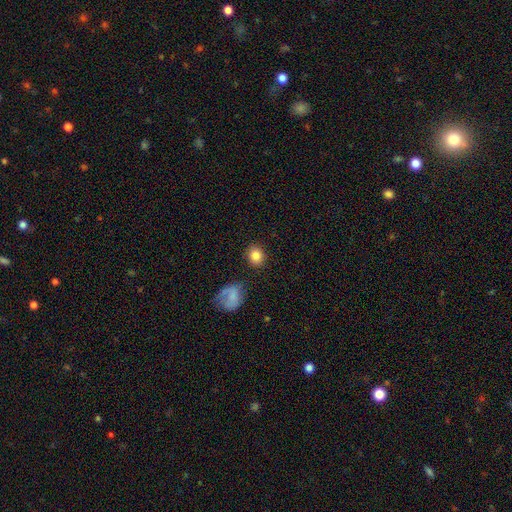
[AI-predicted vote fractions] The model was most divided on "how rounded": round: 72%, in between: 26%, cigar-shaped: 1%. More confident: smooth or featured — smooth (83%); merging — none (83%).